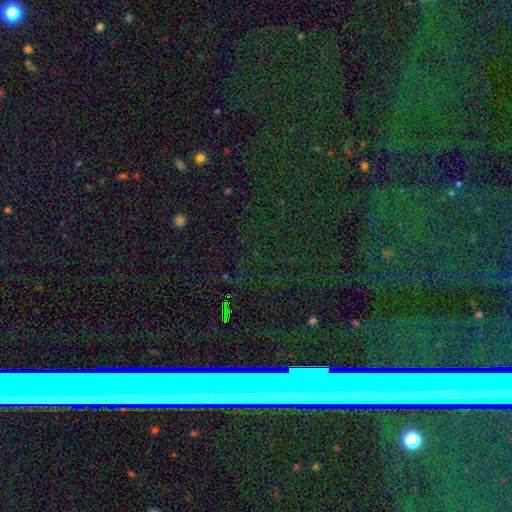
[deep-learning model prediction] A star or artifact, not a galaxy (67%).

Vote fractions:
- Smooth or featured? star or artifact: 67% / featured or disk: 19% / smooth: 13%